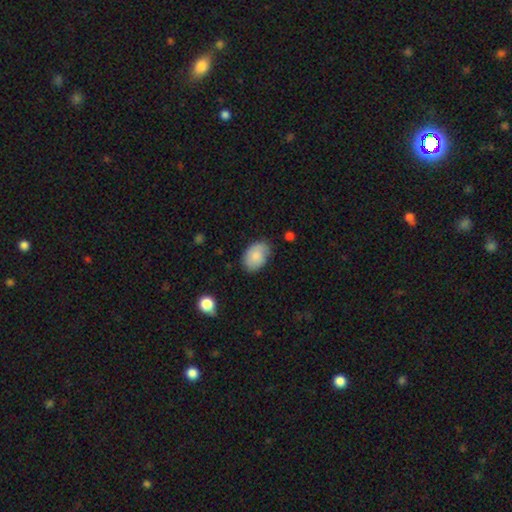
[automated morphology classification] This appears to be a smooth galaxy with no disk features (82%) that is in between round and cigar-shaped (85%). Merging: none (72%).